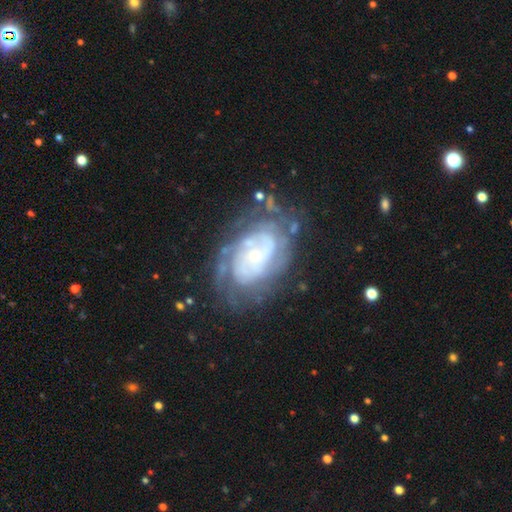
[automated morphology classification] A featured or disk galaxy (82%) with no bar (70%), tight (65%) spiral arms (90%) and a small central bulge (68%). Merging: none (64%).